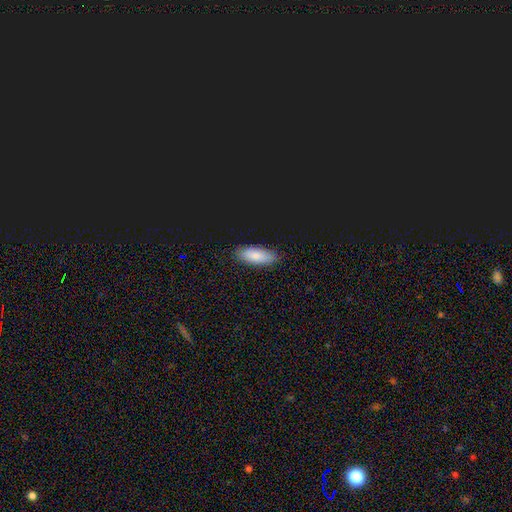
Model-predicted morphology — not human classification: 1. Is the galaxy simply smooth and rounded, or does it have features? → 81% smooth, 10% featured or disk, 9% star or artifact.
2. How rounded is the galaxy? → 74% in between, 24% cigar-shaped, 2% round.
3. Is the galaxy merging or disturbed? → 86% none, 11% minor disturbance, 2% major disturbance, 1% merger.